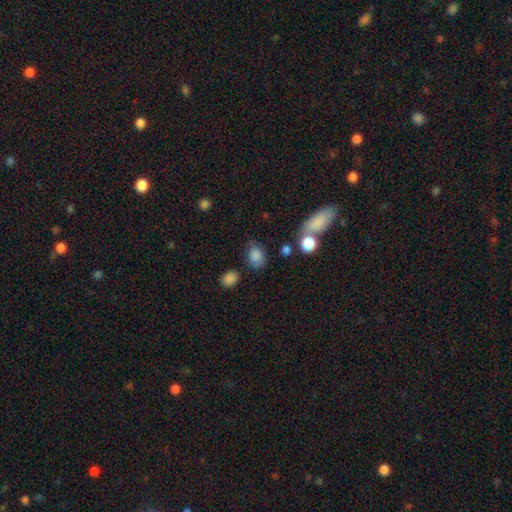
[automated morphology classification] This is clearly a smooth galaxy (83%). How rounded: likely in between (61%). Merging: likely none (63%).